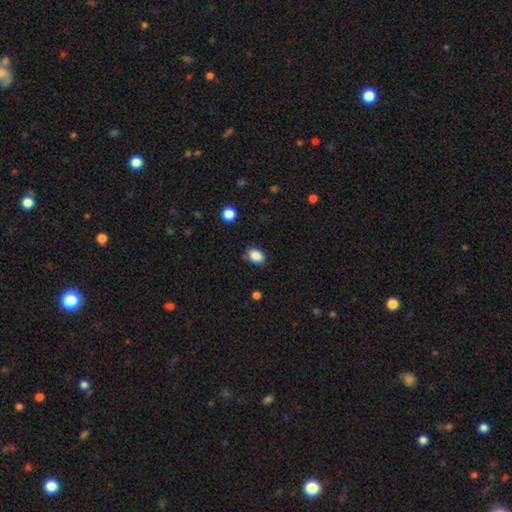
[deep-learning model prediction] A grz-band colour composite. It shows a smooth galaxy with no disk features (87%) that is in between round and cigar-shaped (73%). Merging: none (80%).